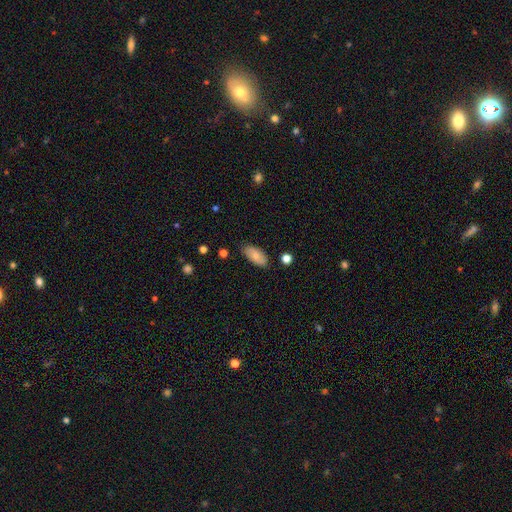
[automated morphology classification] smooth 76%, featured or disk 17%, star or artifact 7%. Down the decision tree: how rounded — in between (91%); merging — none (82%).